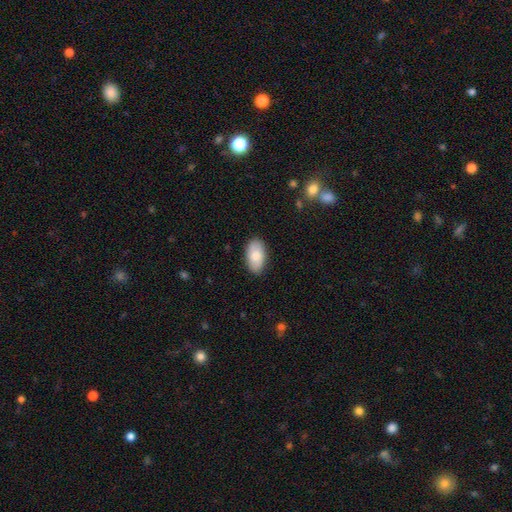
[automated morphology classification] type=smooth (81%); roundness=in between (95%); merging=none (85%).